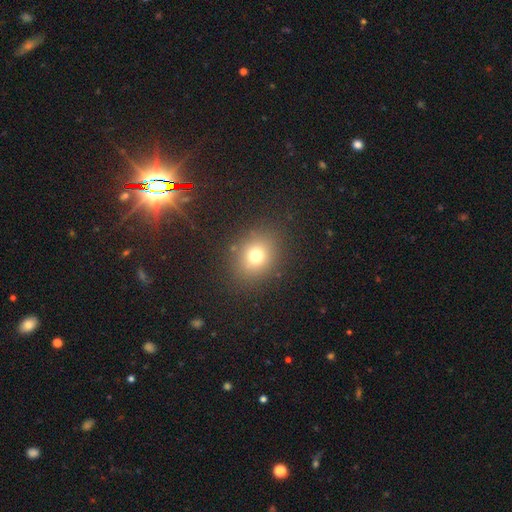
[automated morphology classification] Smooth or featured? Predicted: smooth (p=0.73). How rounded? Predicted: round (p=0.65). Merging? Predicted: none (p=0.85).